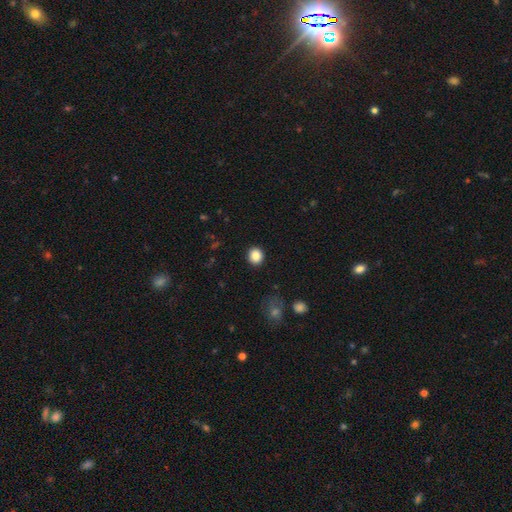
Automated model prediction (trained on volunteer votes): Smooth or featured: smooth — 87% (star or artifact — 9%)
How rounded: round — 80% (in between — 19%)
Merging: none — 90% (minor disturbance — 6%)